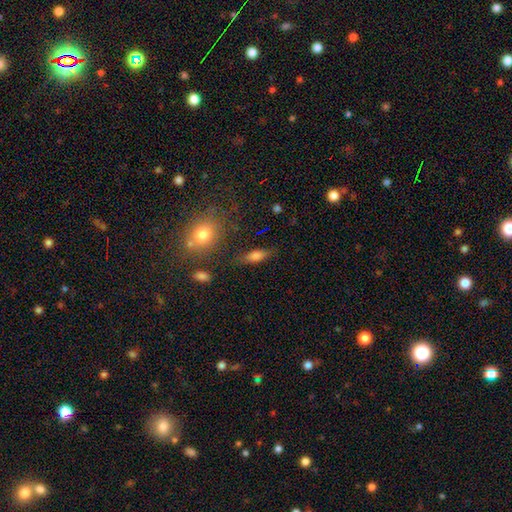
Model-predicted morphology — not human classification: Smooth or featured: smooth — 77% (featured or disk — 13%)
How rounded: in between — 69% (cigar-shaped — 26%)
Merging: none — 75% (minor disturbance — 15%)